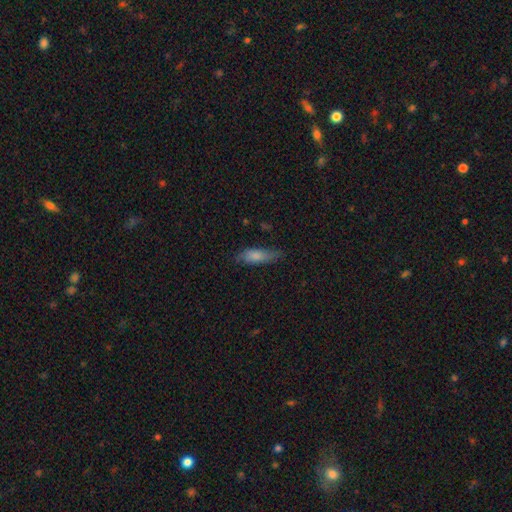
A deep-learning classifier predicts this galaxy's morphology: A smooth galaxy with no disk features (77%) that is in between round and cigar-shaped (56%).

Vote fractions:
- Smooth or featured? smooth: 77% / featured or disk: 17% / star or artifact: 7%
- How rounded? in between: 56% / cigar-shaped: 42% / round: 2%
- Merging? none: 67% / minor disturbance: 26% / major disturbance: 5% / merger: 2%